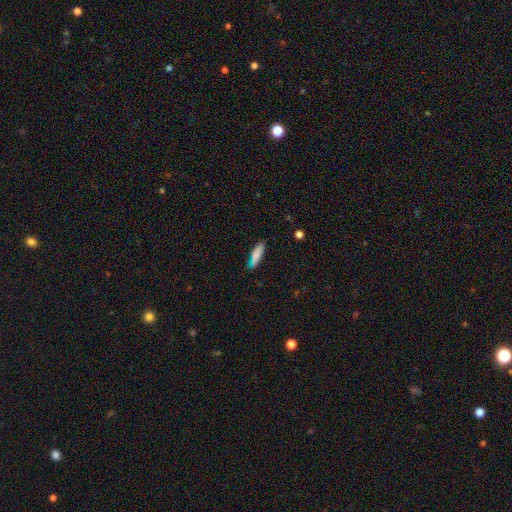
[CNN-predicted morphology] smooth 83%, featured or disk 10%, star or artifact 7%. Down the decision tree: how rounded — cigar-shaped (69%); merging — none (75%).